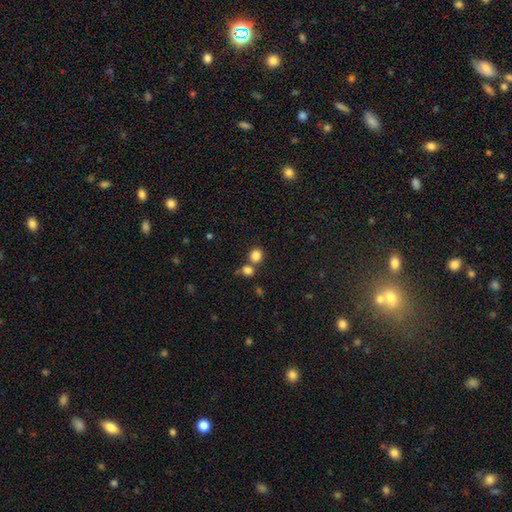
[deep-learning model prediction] A smooth galaxy with no disk features (84%) that is round (84%). Merging: none (63%).